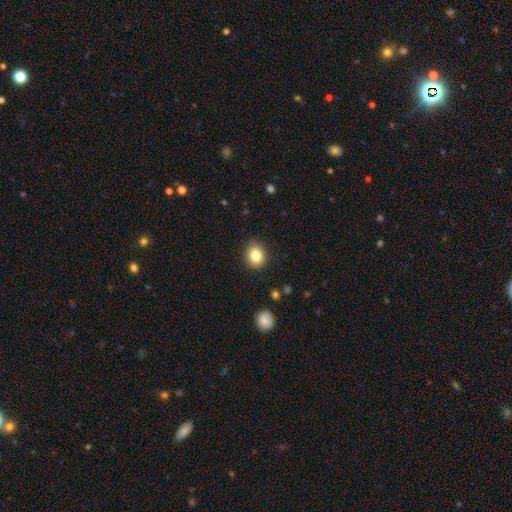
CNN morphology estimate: A smooth galaxy with no disk features (82%) that is round (56%).

Vote fractions:
- Smooth or featured? smooth: 82% / star or artifact: 10% / featured or disk: 8%
- How rounded? round: 56% / in between: 43% / cigar-shaped: 1%
- Merging? none: 83% / minor disturbance: 13% / major disturbance: 3% / merger: 1%